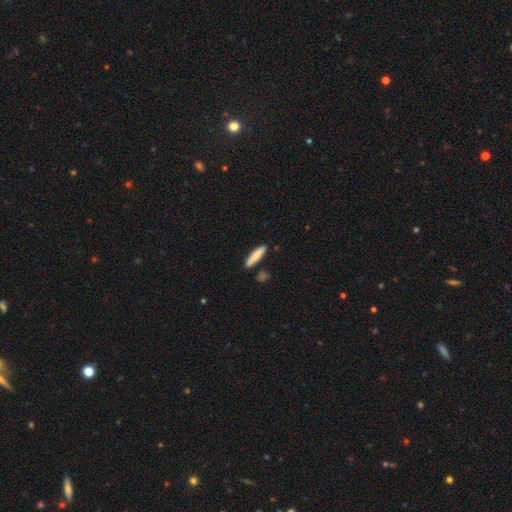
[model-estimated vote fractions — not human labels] A smooth galaxy with no disk features (83%) that is cigar-shaped (85%).

Vote fractions:
- Smooth or featured? smooth: 83% / featured or disk: 11% / star or artifact: 6%
- How rounded? cigar-shaped: 85% / in between: 14% / round: 1%
- Merging? none: 85% / minor disturbance: 9% / merger: 4% / major disturbance: 2%